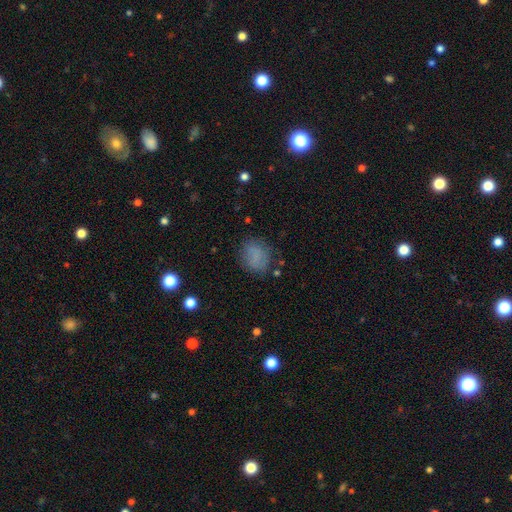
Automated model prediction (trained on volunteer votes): smooth-or-featured: smooth: 77% | featured or disk: 12% | star or artifact: 12%
  how-rounded: round: 63% | in between: 36% | cigar-shaped: 1%
  merging: none: 75% | minor disturbance: 17% | major disturbance: 7% | merger: 2%